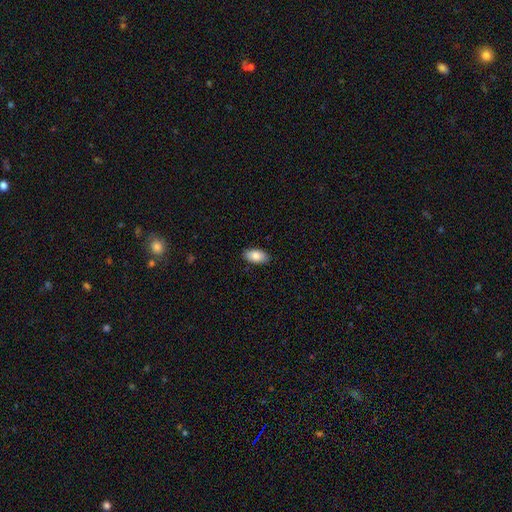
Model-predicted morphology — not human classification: type=smooth (85%); roundness=in between (94%); merging=none (89%).